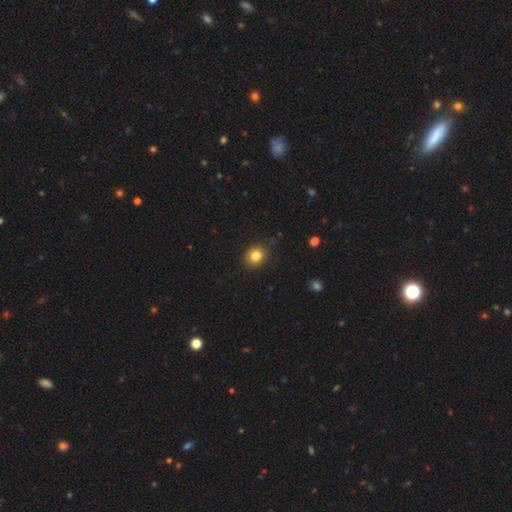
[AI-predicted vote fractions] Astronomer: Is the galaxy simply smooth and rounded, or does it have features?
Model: smooth — 82%.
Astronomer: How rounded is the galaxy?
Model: round — 75%.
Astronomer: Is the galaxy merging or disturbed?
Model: none — 86%.